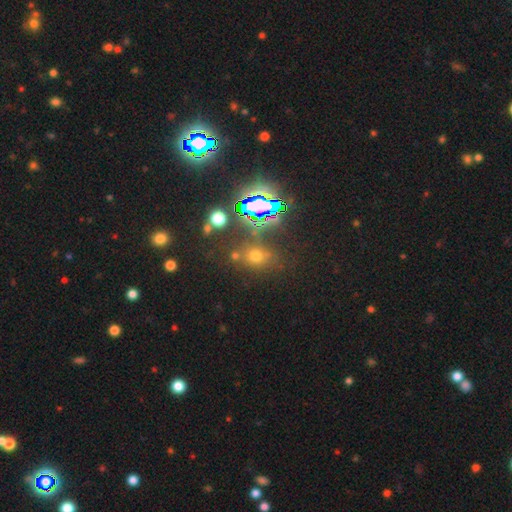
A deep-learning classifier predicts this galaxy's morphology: Smooth or featured? smooth (51%)
How rounded? round (50%)
Merging? none (71%)